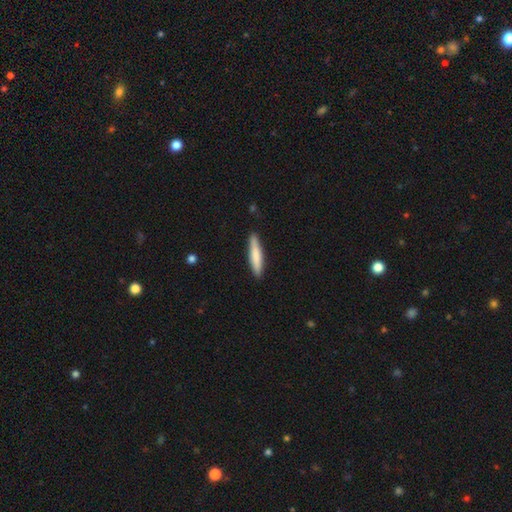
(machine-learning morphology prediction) Smooth or featured? smooth (76%)
How rounded? cigar-shaped (89%)
Merging? none (89%)